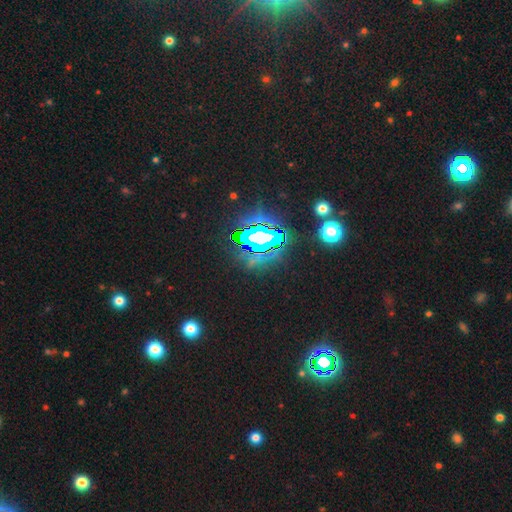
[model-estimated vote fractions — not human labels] The model was most divided on "smooth or featured": star or artifact: 84%, smooth: 10%, featured or disk: 7%.